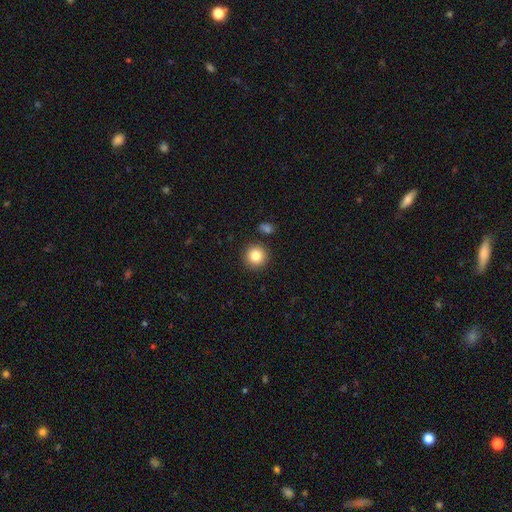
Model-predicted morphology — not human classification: The model was most divided on "smooth or featured": smooth: 83%, star or artifact: 10%, featured or disk: 7%. More confident: how rounded — round (94%); merging — none (89%).